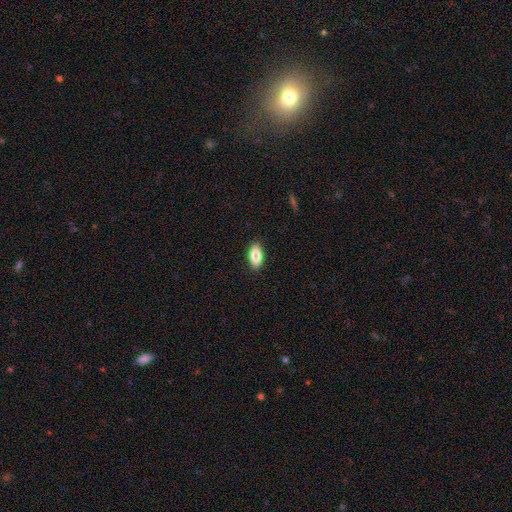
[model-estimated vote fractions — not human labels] A smooth galaxy with no disk features (84%) that is in between round and cigar-shaped (87%). Merging: none (88%).